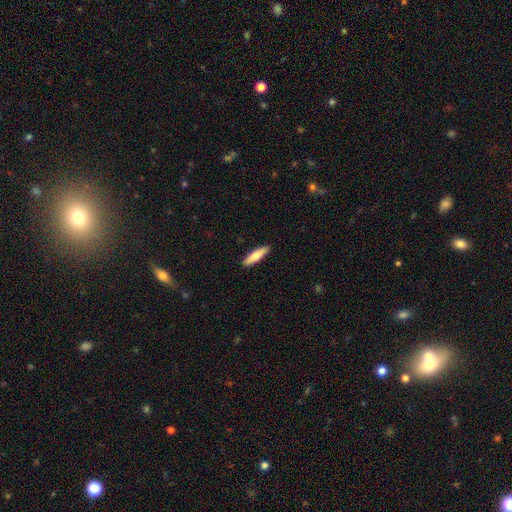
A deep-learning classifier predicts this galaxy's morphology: smooth-or-featured: smooth: 70% | featured or disk: 24% | star or artifact: 5%
  how-rounded: cigar-shaped: 70% | in between: 28% | round: 2%
  merging: none: 90% | minor disturbance: 7% | major disturbance: 1% | merger: 1%